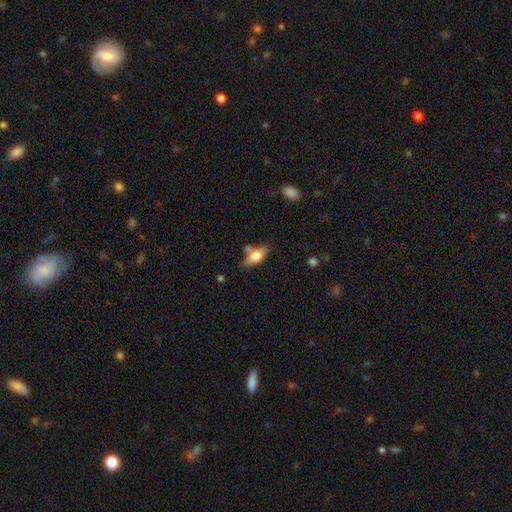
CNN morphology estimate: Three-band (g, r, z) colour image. It shows a smooth galaxy with no disk features (67%) that is in between round and cigar-shaped (79%). Merging: none (68%).